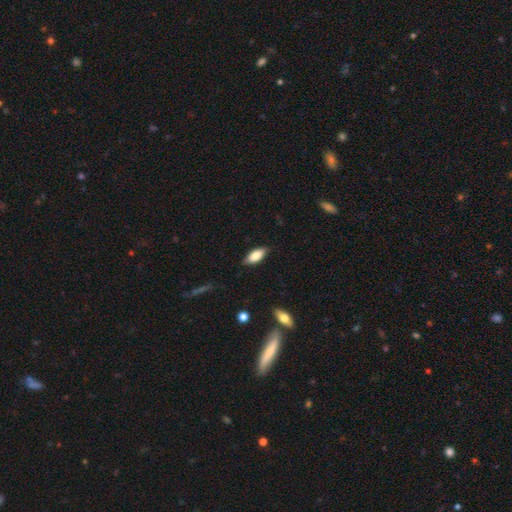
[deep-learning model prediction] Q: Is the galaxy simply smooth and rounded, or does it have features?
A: smooth — 82%.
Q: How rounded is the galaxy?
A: in between — 84%.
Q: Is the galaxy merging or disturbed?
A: none — 84%.